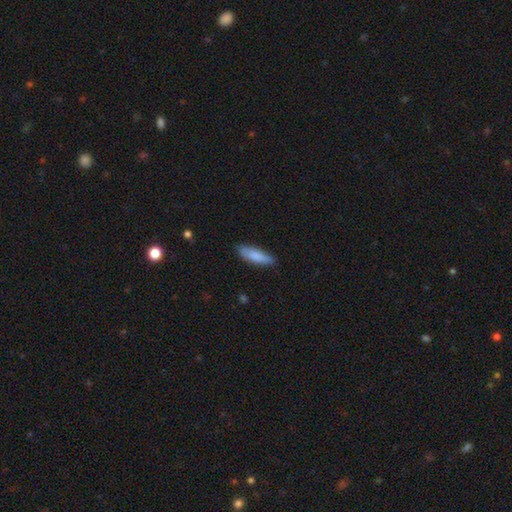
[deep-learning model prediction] smooth_or_featured: smooth (p=0.83) [alt: featured or disk p=0.11]
how_rounded: cigar-shaped (p=0.52) [alt: in between p=0.47]
merging: none (p=0.80) [alt: minor disturbance p=0.17]